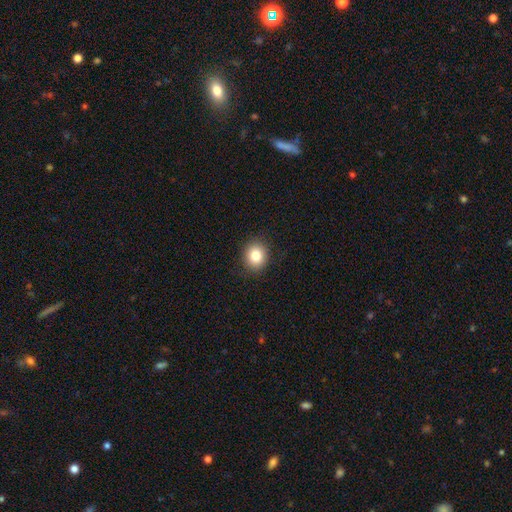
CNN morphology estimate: Smooth or featured?
  - smooth: 83% *
  - star or artifact: 10%
  - featured or disk: 7%
How rounded?
  - round: 77% *
  - in between: 23%
  - cigar-shaped: 1%
Merging?
  - none: 90% *
  - minor disturbance: 7%
  - major disturbance: 2%
  - merger: 1%